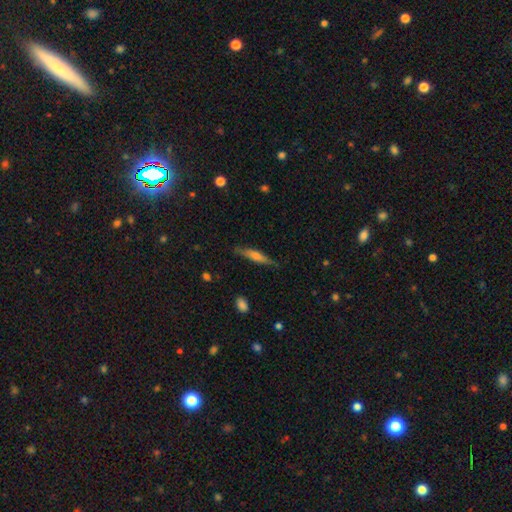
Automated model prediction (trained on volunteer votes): Smooth or featured? Predicted: smooth (p=0.51). How rounded? Predicted: cigar-shaped (p=0.86). Merging? Predicted: none (p=0.82).